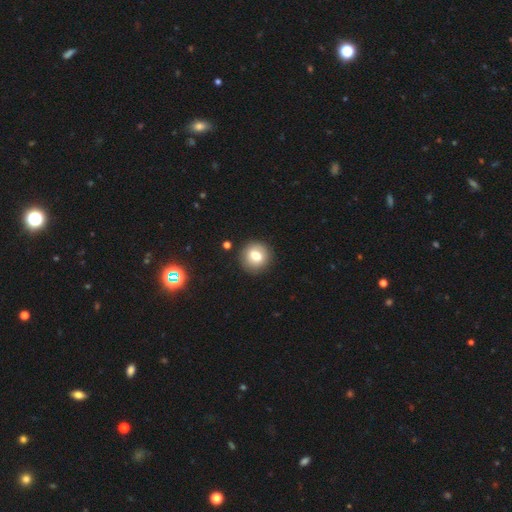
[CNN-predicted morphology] Overall: smooth (74%). How rounded: round (84%). Merging: none (86%).